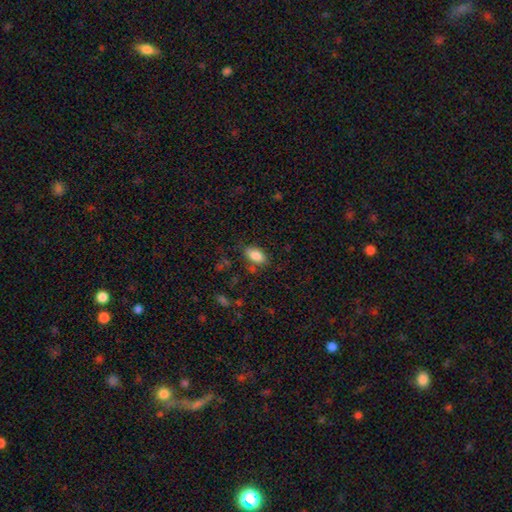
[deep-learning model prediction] Q: Smooth or featured?
A: smooth (85%); runner-up: star or artifact (8%)
Q: How rounded?
A: in between (92%); runner-up: round (4%)
Q: Merging?
A: none (77%); runner-up: minor disturbance (16%)